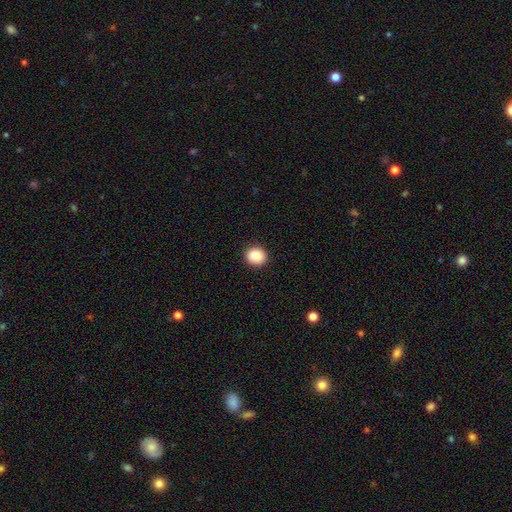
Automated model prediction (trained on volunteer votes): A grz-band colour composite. It shows a smooth galaxy with no disk features (88%) that is round (78%). Merging: none (92%).